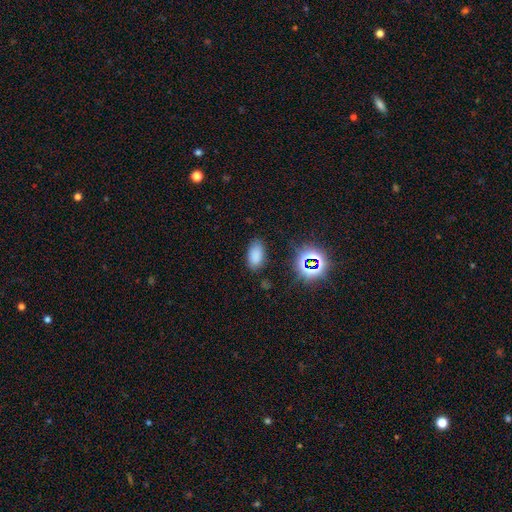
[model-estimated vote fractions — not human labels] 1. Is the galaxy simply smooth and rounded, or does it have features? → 76% smooth, 18% star or artifact, 6% featured or disk.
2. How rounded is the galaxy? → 92% in between, 5% round, 3% cigar-shaped.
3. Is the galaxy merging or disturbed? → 79% none, 14% minor disturbance, 4% major disturbance, 2% merger.